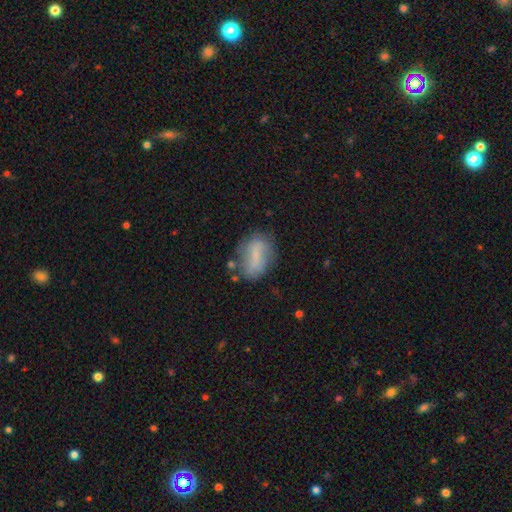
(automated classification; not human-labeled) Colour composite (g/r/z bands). It shows a smooth galaxy with no disk features (53%) that is in between round and cigar-shaped (80%). Merging: none (59%).